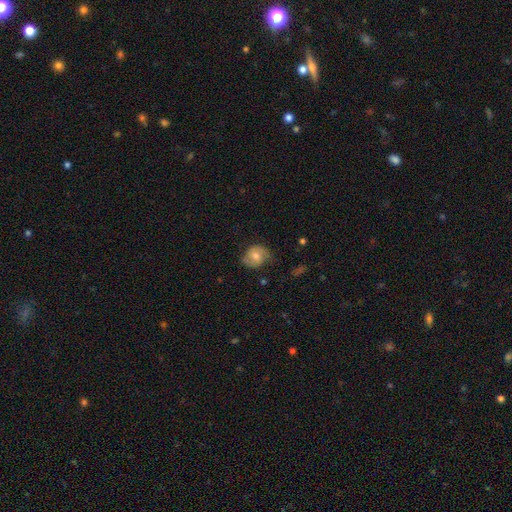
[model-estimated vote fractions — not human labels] Smooth or featured?
  - smooth: 47% *
  - featured or disk: 45%
  - star or artifact: 8%
Merging?
  - none: 65% *
  - minor disturbance: 25%
  - major disturbance: 8%
  - merger: 1%